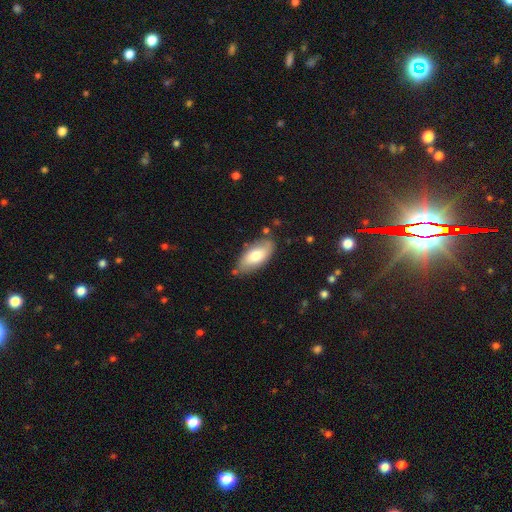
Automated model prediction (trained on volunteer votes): A smooth galaxy with no disk features (72%) that is in between round and cigar-shaped (91%). Merging: none (76%).